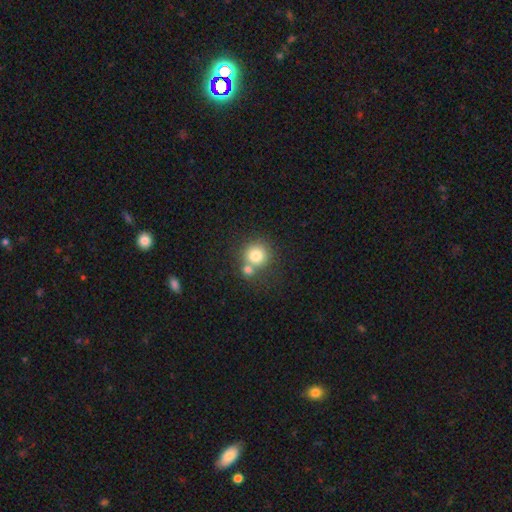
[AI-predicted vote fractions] Q: Smooth or featured?
A: smooth (79%); runner-up: star or artifact (11%)
Q: How rounded?
A: round (91%); runner-up: in between (8%)
Q: Merging?
A: none (52%); runner-up: merger (36%)